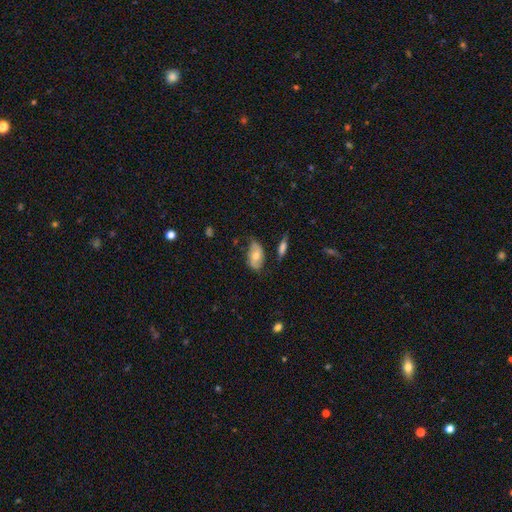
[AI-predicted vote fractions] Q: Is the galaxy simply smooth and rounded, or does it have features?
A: smooth — 51%.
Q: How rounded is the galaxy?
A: in between — 91%.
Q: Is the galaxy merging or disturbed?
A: none — 64%.